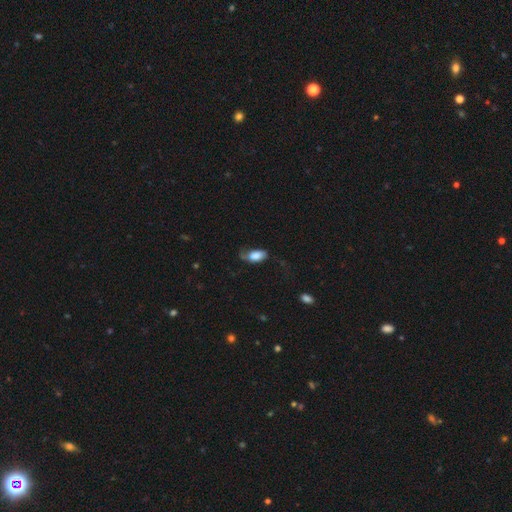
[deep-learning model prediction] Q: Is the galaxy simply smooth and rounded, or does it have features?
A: smooth — 76%.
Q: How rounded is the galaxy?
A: in between — 91%.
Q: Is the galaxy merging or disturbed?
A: none — 40%.